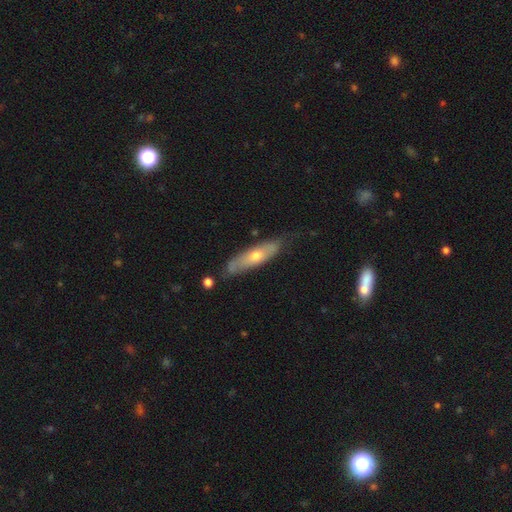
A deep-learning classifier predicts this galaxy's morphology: This is possibly a featured or disk galaxy (53%). It is possibly viewed edge-on (52%). Merging: likely none (69%).